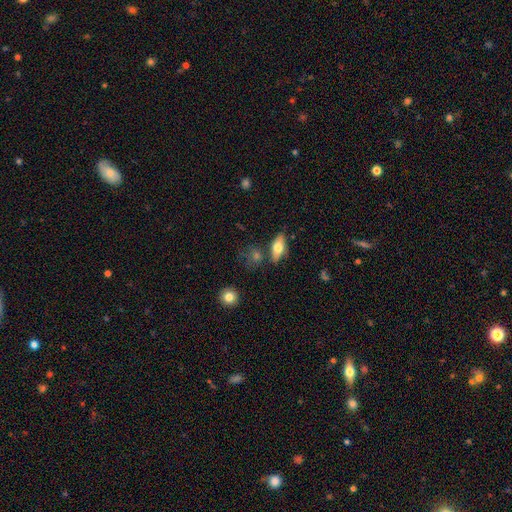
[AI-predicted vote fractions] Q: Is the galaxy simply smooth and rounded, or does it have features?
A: smooth — 59%.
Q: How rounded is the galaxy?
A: in between — 64%.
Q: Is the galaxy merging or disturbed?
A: none — 70%.